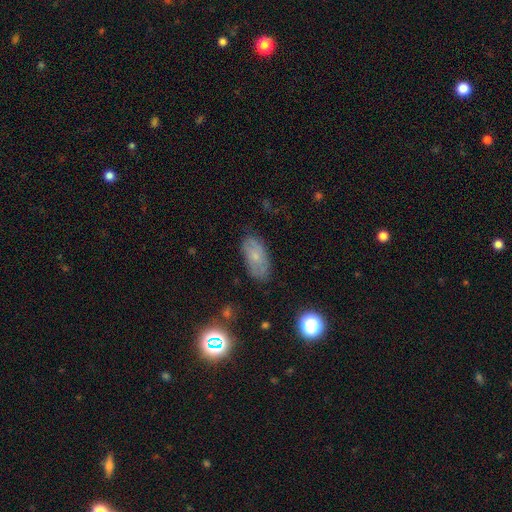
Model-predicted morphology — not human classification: type=smooth (56%); roundness=in between (90%); merging=none (77%).